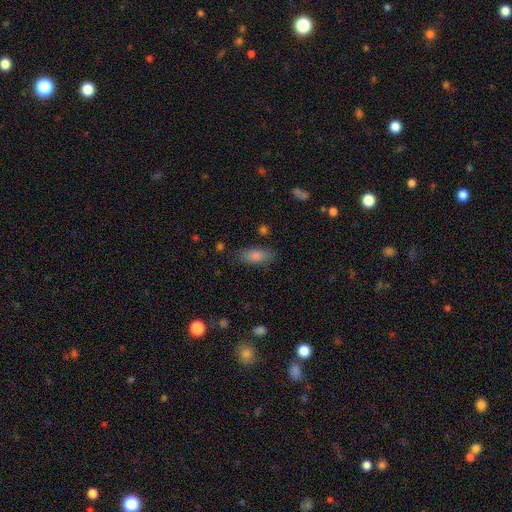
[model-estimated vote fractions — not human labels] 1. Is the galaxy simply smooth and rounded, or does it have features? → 76% smooth, 13% featured or disk, 11% star or artifact.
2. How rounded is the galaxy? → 78% in between, 18% cigar-shaped, 4% round.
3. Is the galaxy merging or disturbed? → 83% none, 12% minor disturbance, 3% major disturbance, 2% merger.